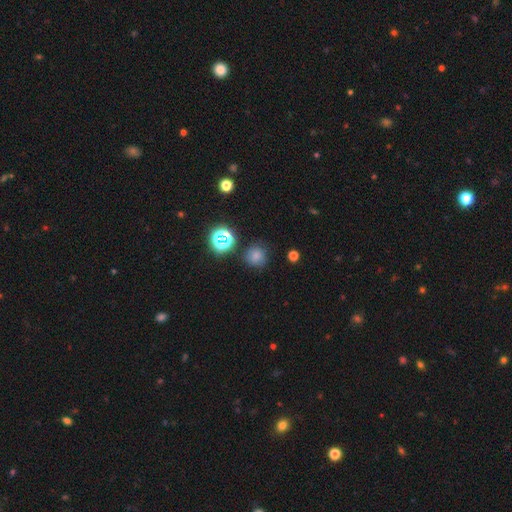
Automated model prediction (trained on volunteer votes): smooth_or_featured: smooth (p=0.71) [alt: star or artifact p=0.22]
how_rounded: round (p=0.91) [alt: in between p=0.08]
merging: none (p=0.80) [alt: minor disturbance p=0.12]